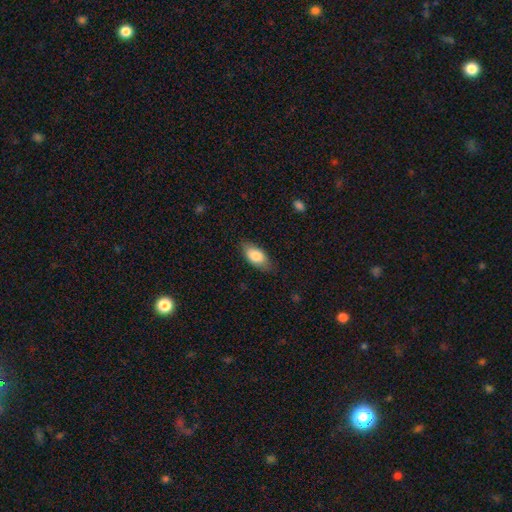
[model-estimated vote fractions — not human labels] Q: Smooth or featured?
A: smooth (82%); runner-up: featured or disk (11%)
Q: How rounded?
A: in between (89%); runner-up: cigar-shaped (7%)
Q: Merging?
A: none (80%); runner-up: minor disturbance (16%)